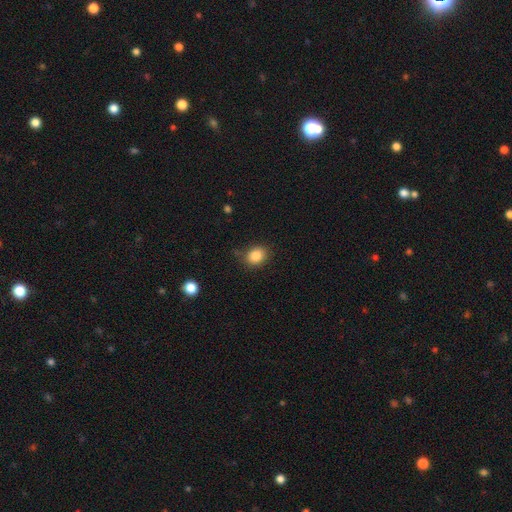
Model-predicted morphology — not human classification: Smooth or featured? Predicted: smooth (p=0.86). How rounded? Predicted: round (p=0.53). Merging? Predicted: none (p=0.80).